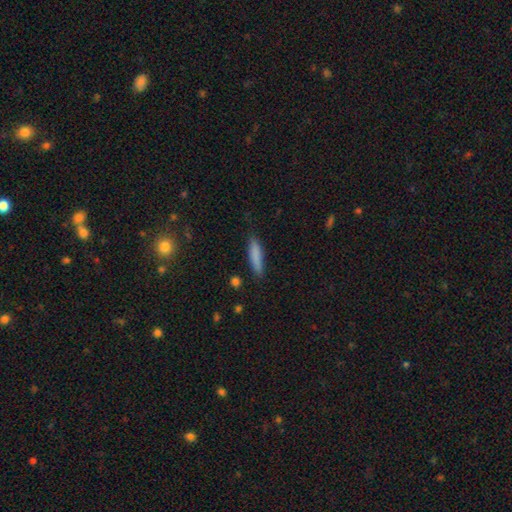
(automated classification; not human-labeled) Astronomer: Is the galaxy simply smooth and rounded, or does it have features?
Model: smooth — 83%.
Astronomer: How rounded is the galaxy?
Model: cigar-shaped — 76%.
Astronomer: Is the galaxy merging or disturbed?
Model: none — 82%.